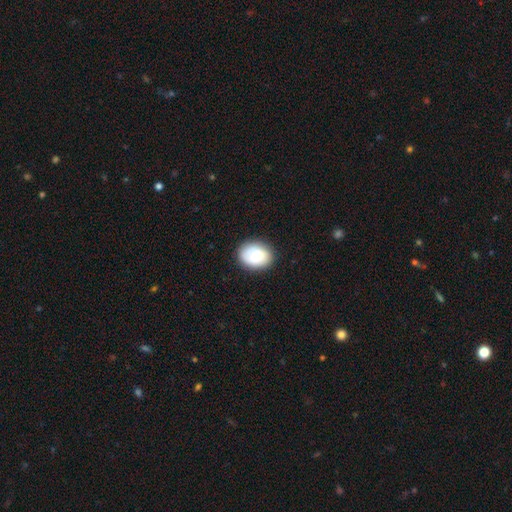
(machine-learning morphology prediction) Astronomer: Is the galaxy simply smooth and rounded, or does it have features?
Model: smooth — 80%.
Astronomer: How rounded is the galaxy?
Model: in between — 62% (runner-up: round, 38%).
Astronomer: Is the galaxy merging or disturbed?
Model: none — 84%.